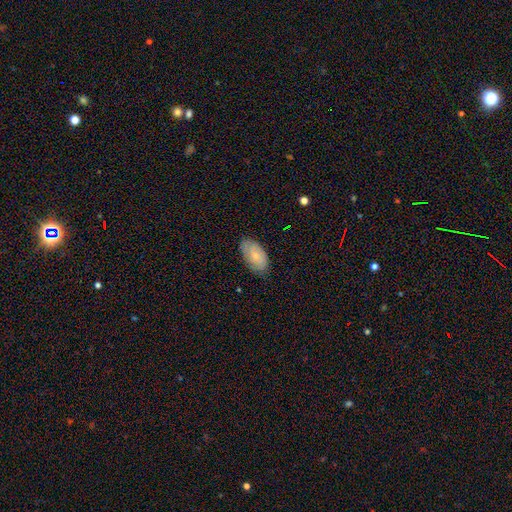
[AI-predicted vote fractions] Smooth or featured? Predicted: smooth (p=0.62). How rounded? Predicted: in between (p=0.94). Merging? Predicted: none (p=0.78).